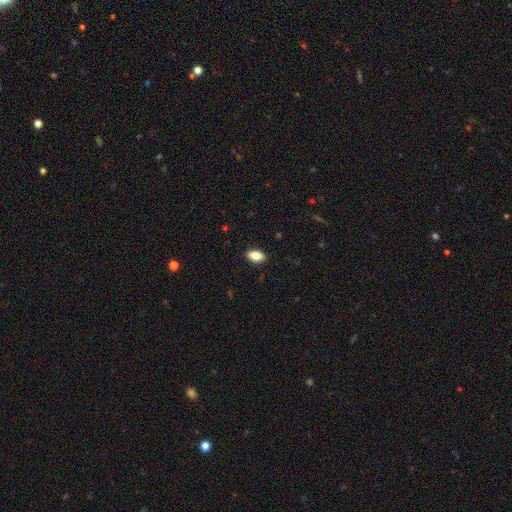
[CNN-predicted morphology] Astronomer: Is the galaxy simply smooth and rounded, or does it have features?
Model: smooth — 84%.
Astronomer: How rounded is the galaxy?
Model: in between — 90%.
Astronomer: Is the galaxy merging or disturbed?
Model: none — 89%.